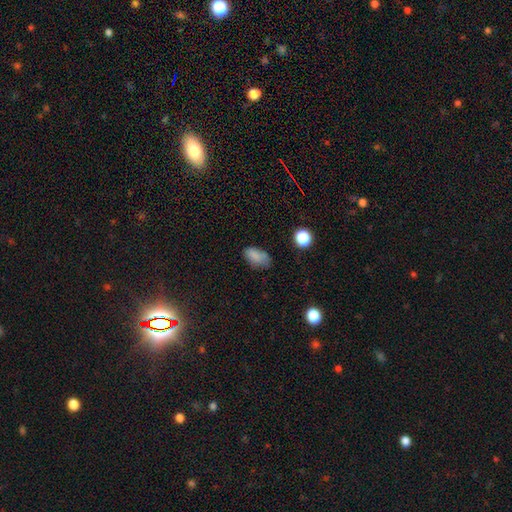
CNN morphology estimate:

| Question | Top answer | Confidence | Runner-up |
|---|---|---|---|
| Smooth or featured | smooth | 80% | star or artifact (13%) |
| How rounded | in between | 90% | round (7%) |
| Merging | none | 62% | minor disturbance (28%) |